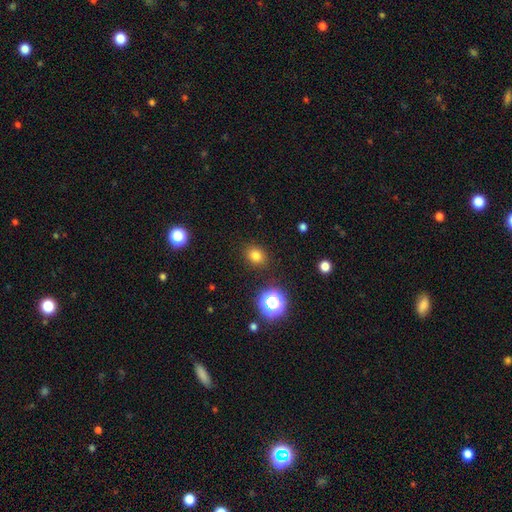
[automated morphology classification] This is likely a smooth galaxy (78%). How rounded: likely round (62%). Merging: clearly none (88%).